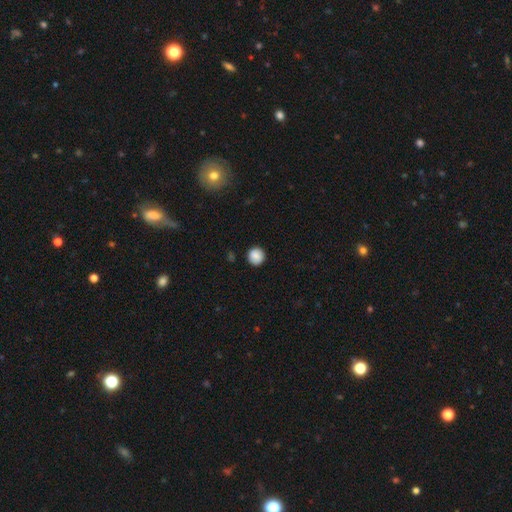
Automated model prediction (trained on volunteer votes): smooth 88%, star or artifact 8%, featured or disk 4%. Down the decision tree: how rounded — round (94%); merging — none (90%).